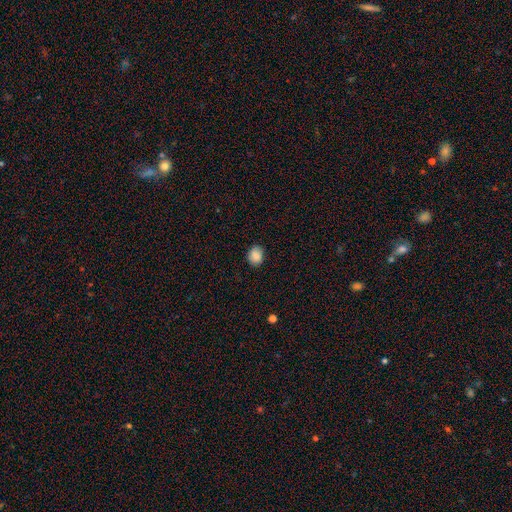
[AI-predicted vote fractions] Smooth or featured?
  - smooth: 88% *
  - star or artifact: 8%
  - featured or disk: 4%
How rounded?
  - round: 56% *
  - in between: 43%
  - cigar-shaped: 1%
Merging?
  - none: 86% *
  - minor disturbance: 11%
  - major disturbance: 2%
  - merger: 1%